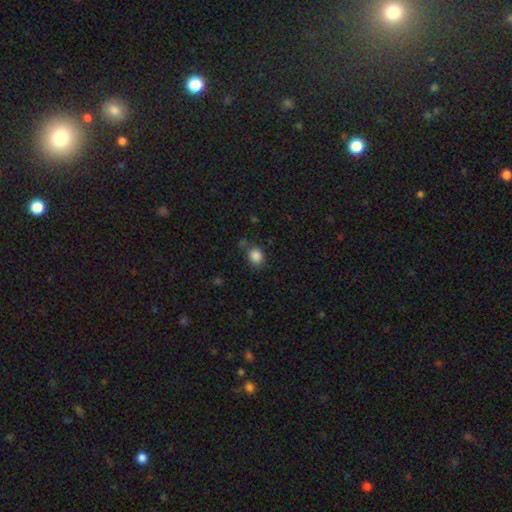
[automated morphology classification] A smooth galaxy with no disk features (86%) that is round (66%). Merging: none (76%).